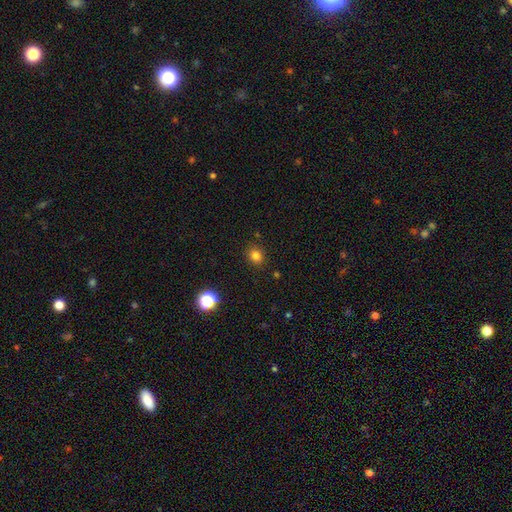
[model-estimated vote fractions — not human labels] This appears to be a smooth galaxy with no disk features (81%) that is round (74%). Merging: none (88%).